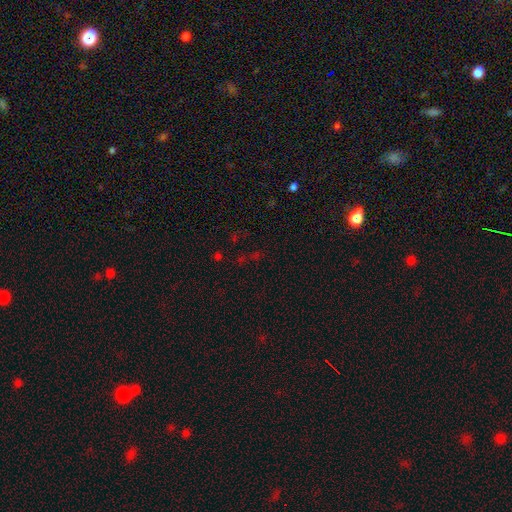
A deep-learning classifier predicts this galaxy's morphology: Smooth or featured: star or artifact — 64% (smooth — 26%)